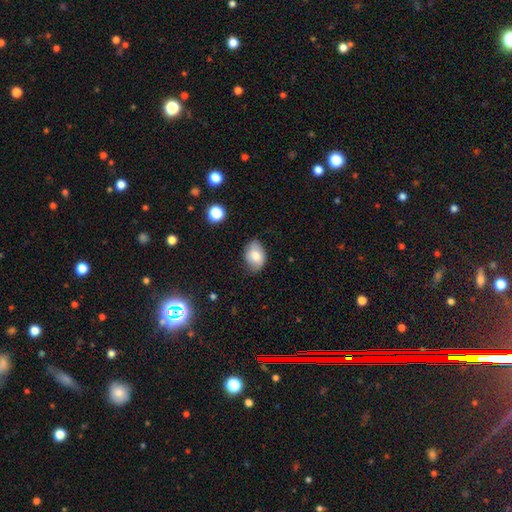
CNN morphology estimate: smooth-or-featured: smooth: 76% | featured or disk: 16% | star or artifact: 8%
  how-rounded: in between: 79% | round: 19% | cigar-shaped: 1%
  merging: none: 73% | minor disturbance: 22% | major disturbance: 4% | merger: 1%